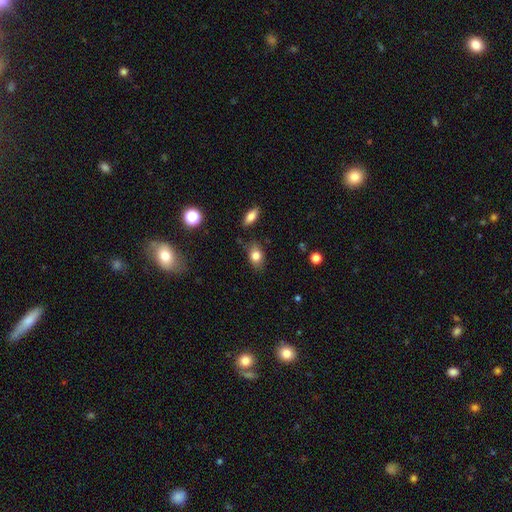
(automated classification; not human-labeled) A smooth galaxy with no disk features (80%) that is in between round and cigar-shaped (77%). Merging: none (75%).